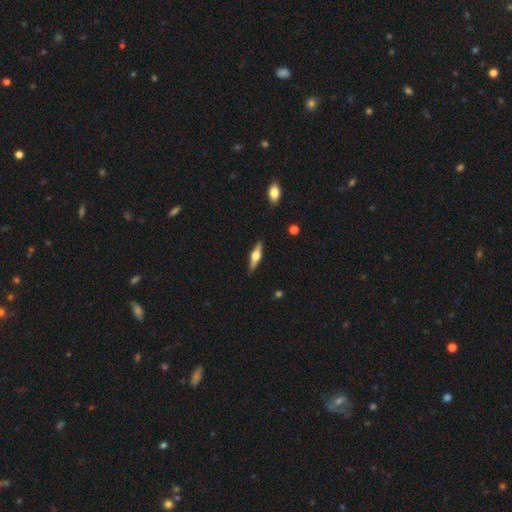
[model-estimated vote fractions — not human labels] Q: Smooth or featured?
A: featured or disk (69%); runner-up: smooth (26%)
Q: Edge-on disk?
A: yes (97%); runner-up: no (3%)
Q: Edge-on bulge?
A: rounded (94%); runner-up: boxy (5%)
Q: Merging?
A: none (89%); runner-up: minor disturbance (8%)